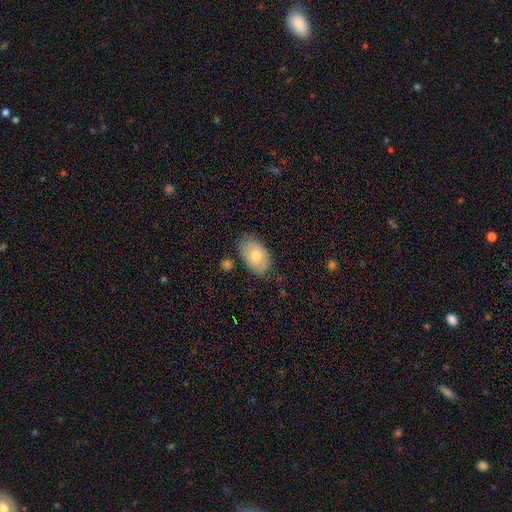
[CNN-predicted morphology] smooth 77%, featured or disk 17%, star or artifact 7%. Down the decision tree: how rounded — in between (92%); merging — none (79%).